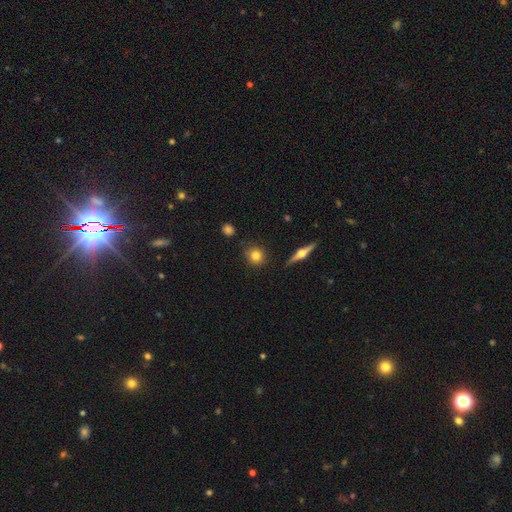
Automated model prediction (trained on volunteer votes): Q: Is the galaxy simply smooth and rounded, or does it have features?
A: smooth — 76%.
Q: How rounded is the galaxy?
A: round — 88%.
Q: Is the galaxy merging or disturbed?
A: none — 84%.